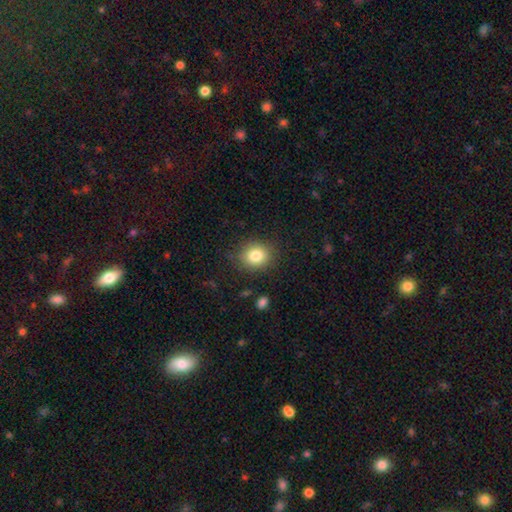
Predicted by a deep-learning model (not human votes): Smooth or featured? smooth (83%)
How rounded? round (72%)
Merging? none (84%)